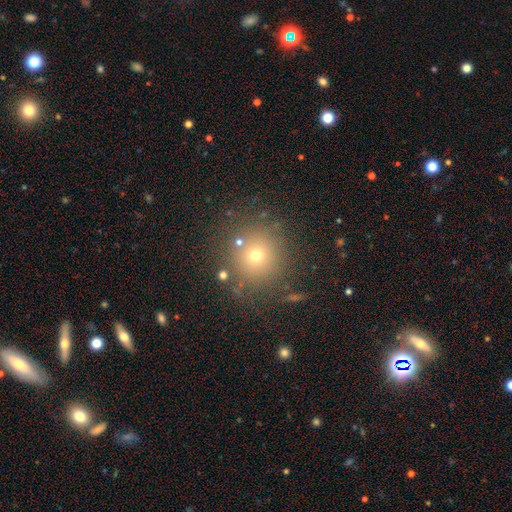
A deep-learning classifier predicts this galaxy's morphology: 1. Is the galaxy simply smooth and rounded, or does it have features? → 66% smooth, 21% star or artifact, 12% featured or disk.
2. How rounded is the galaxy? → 93% round, 6% in between, 1% cigar-shaped.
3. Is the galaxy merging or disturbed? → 83% none, 9% minor disturbance, 4% major disturbance, 4% merger.